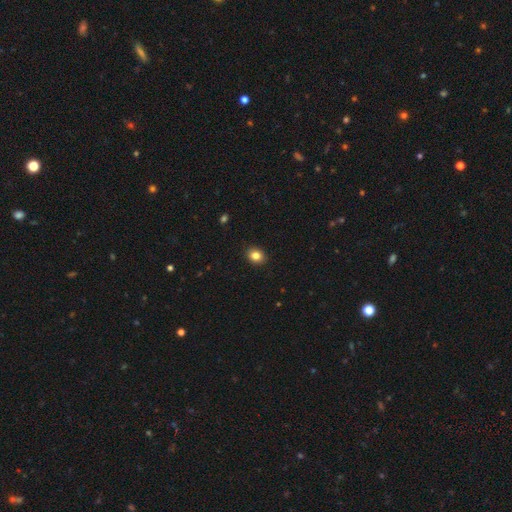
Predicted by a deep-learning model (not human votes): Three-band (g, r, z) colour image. It shows a smooth galaxy with no disk features (84%) that is round (55%). Merging: none (91%).